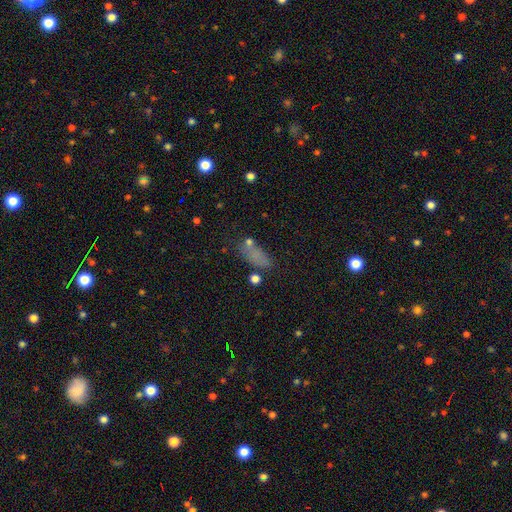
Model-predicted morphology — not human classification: Q: Smooth or featured?
A: smooth (67%); runner-up: star or artifact (21%)
Q: How rounded?
A: in between (75%); runner-up: cigar-shaped (17%)
Q: Merging?
A: none (56%); runner-up: minor disturbance (20%)